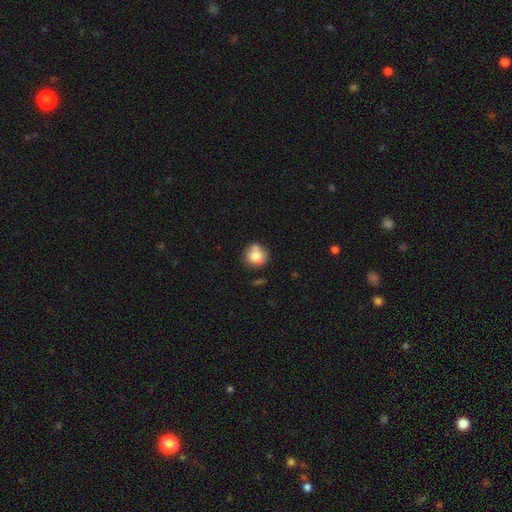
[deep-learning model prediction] Smooth or featured: smooth — 79% (featured or disk — 12%)
How rounded: round — 89% (in between — 10%)
Merging: none — 68% (minor disturbance — 18%)